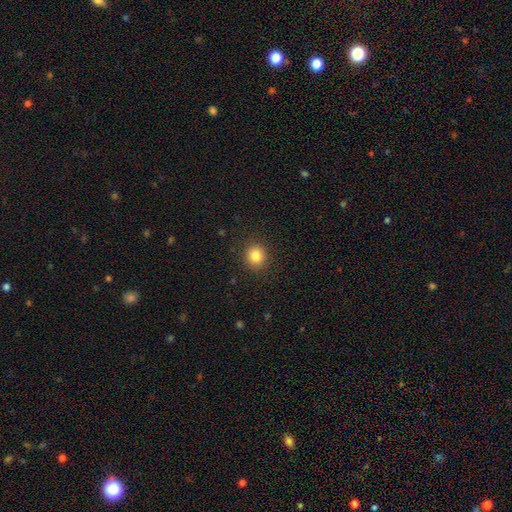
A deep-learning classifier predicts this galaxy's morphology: smooth_or_featured: smooth (p=0.83) [alt: star or artifact p=0.11]
how_rounded: round (p=0.81) [alt: in between p=0.18]
merging: none (p=0.89) [alt: minor disturbance p=0.07]